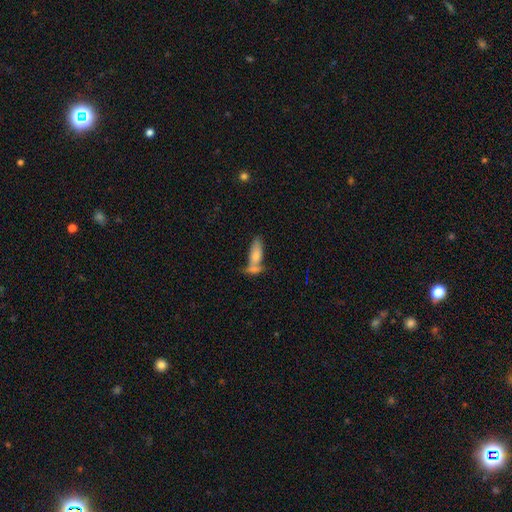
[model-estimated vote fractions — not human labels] smooth_or_featured: smooth (p=0.72) [alt: featured or disk p=0.20]
how_rounded: in between (p=0.72) [alt: cigar-shaped p=0.25]
merging: merger (p=0.51) [alt: none p=0.30]